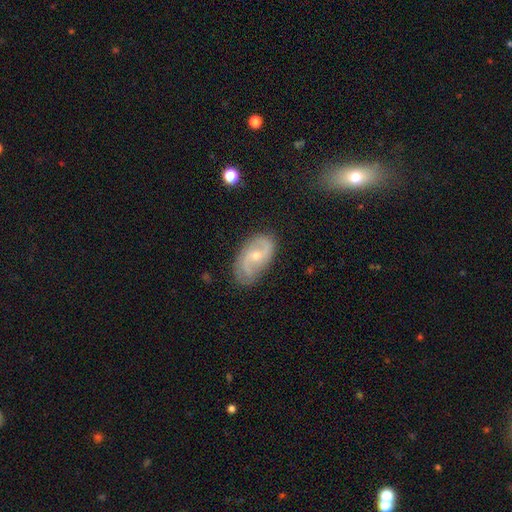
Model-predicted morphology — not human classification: Smooth or featured: featured or disk — 80% (smooth — 15%)
Edge-on disk: no — 96% (yes — 4%)
Bar: no — 53% (weak — 40%)
Spiral arms: yes — 94% (no — 6%)
Spiral winding: medium — 49% (loose — 28%)
Spiral arm count: 2 — 85% (can't tell — 7%)
Bulge size: small — 55% (moderate — 41%)
Merging: none — 79% (minor disturbance — 16%)